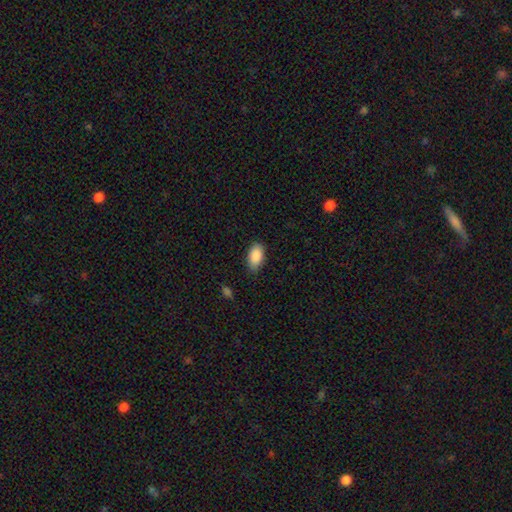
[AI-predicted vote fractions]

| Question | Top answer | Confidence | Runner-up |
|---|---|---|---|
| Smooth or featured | smooth | 89% | star or artifact (6%) |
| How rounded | in between | 94% | round (4%) |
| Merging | none | 83% | minor disturbance (13%) |